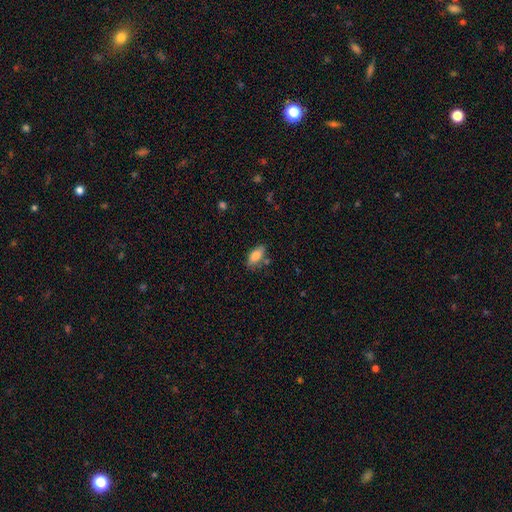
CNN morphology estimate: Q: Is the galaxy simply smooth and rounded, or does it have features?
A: smooth — 80%.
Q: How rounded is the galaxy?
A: in between — 84%.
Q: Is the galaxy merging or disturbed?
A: none — 74%.